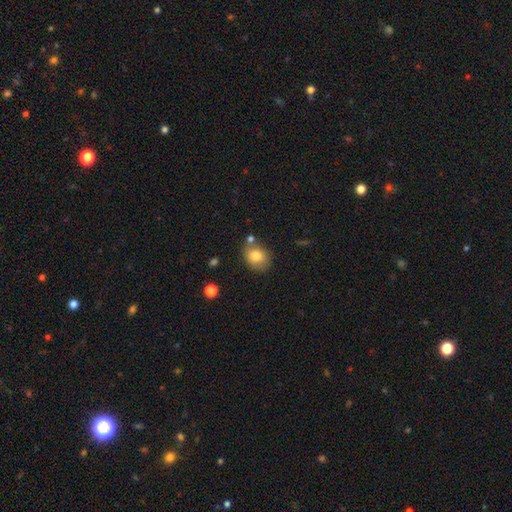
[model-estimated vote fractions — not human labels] Smooth or featured: smooth — 81% (featured or disk — 11%)
How rounded: in between — 56% (round — 43%)
Merging: none — 69% (minor disturbance — 17%)